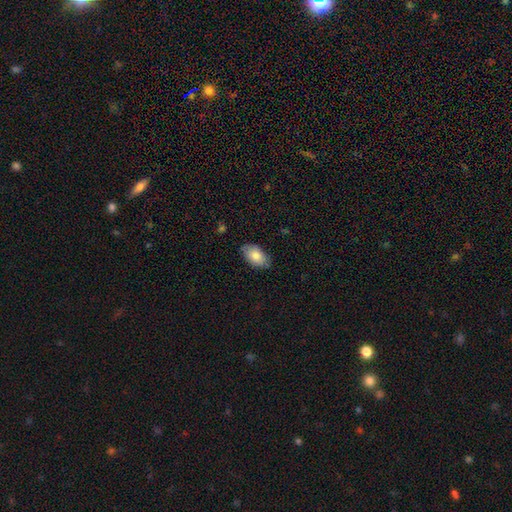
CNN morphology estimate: Smooth or featured: smooth — 82% (featured or disk — 11%)
How rounded: in between — 93% (round — 5%)
Merging: none — 77% (minor disturbance — 19%)